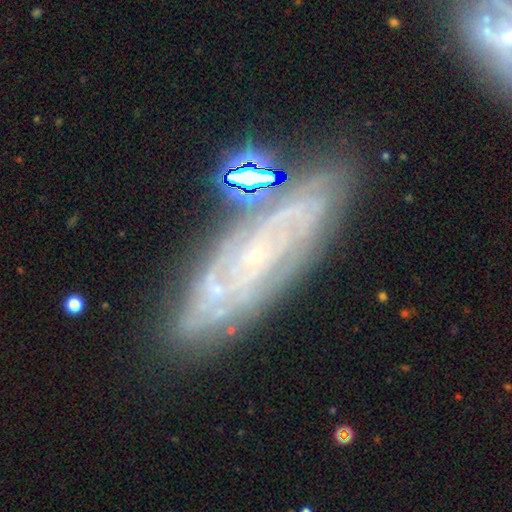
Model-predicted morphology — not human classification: Q: Smooth or featured?
A: featured or disk (79%); runner-up: smooth (13%)
Q: Edge-on disk?
A: no (81%); runner-up: yes (19%)
Q: Bar?
A: no (72%); runner-up: weak (20%)
Q: Spiral arms?
A: yes (86%); runner-up: no (14%)
Q: Spiral winding?
A: tight (72%); runner-up: medium (21%)
Q: Spiral arm count?
A: can't tell (55%); runner-up: 2 (16%)
Q: Bulge size?
A: small (86%); runner-up: moderate (9%)
Q: Merging?
A: none (73%); runner-up: minor disturbance (16%)